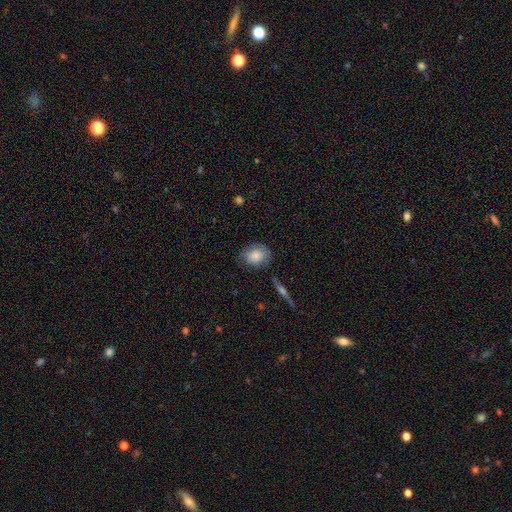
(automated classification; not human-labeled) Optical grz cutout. It shows a smooth galaxy with no disk features (78%) that is round (52%). Merging: none (68%).